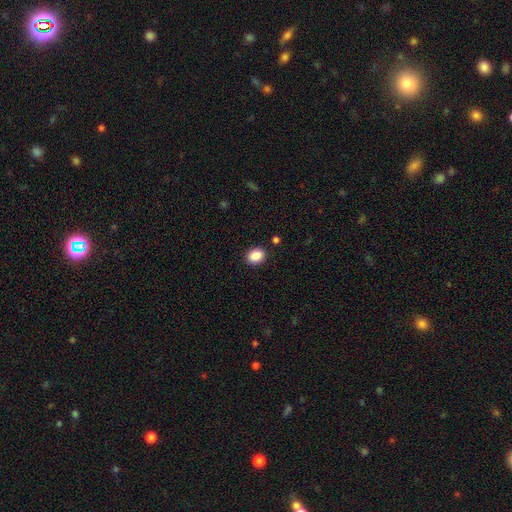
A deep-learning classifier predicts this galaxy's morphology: smooth_or_featured: smooth (p=0.89) [alt: star or artifact p=0.08]
how_rounded: in between (p=0.63) [alt: round p=0.36]
merging: none (p=0.89) [alt: minor disturbance p=0.07]